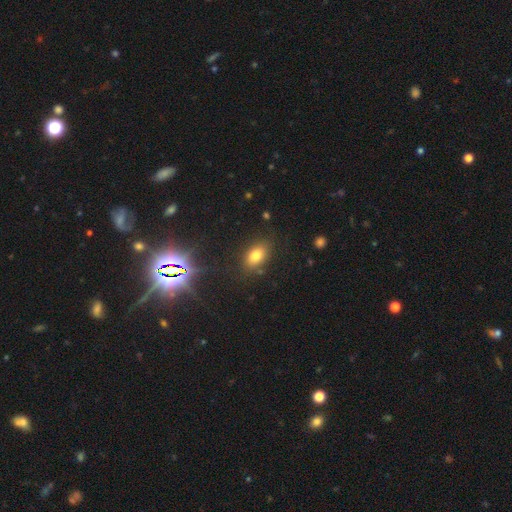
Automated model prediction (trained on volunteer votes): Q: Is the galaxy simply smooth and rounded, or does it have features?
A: smooth — 77%.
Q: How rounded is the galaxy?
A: in between — 85%.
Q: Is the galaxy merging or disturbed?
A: none — 84%.